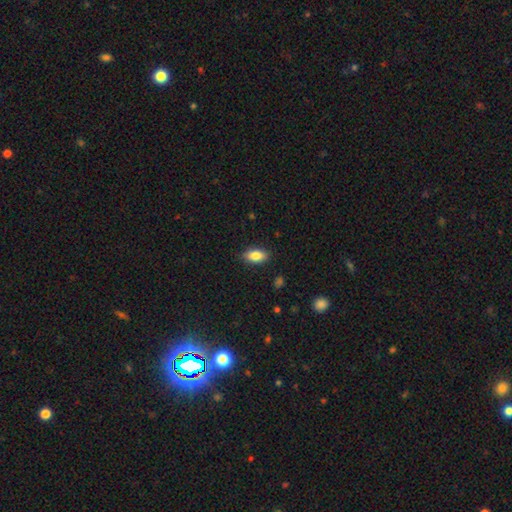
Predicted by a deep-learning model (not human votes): The model was most divided on "smooth or featured": smooth: 84%, featured or disk: 9%, star or artifact: 8%. More confident: how rounded — in between (89%); merging — none (87%).